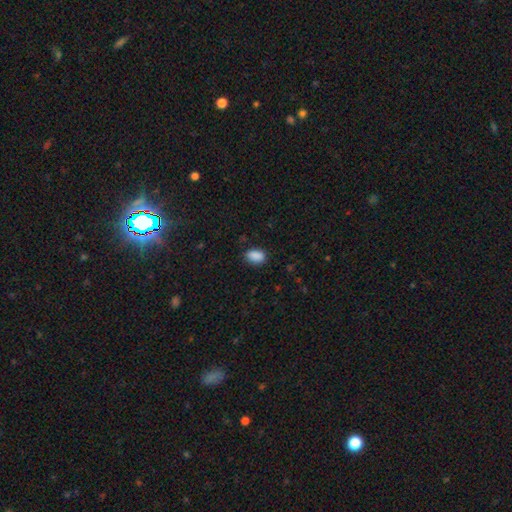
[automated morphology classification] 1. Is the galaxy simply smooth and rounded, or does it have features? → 89% smooth, 8% star or artifact, 3% featured or disk.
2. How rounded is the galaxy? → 88% in between, 10% round, 2% cigar-shaped.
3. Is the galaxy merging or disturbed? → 82% none, 14% minor disturbance, 3% major disturbance, 1% merger.